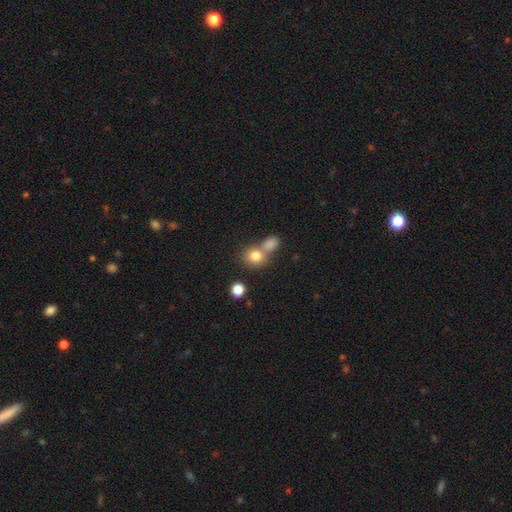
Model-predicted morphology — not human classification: Smooth or featured: smooth — 81% (star or artifact — 11%)
How rounded: round — 78% (in between — 21%)
Merging: merger — 46% (none — 44%)